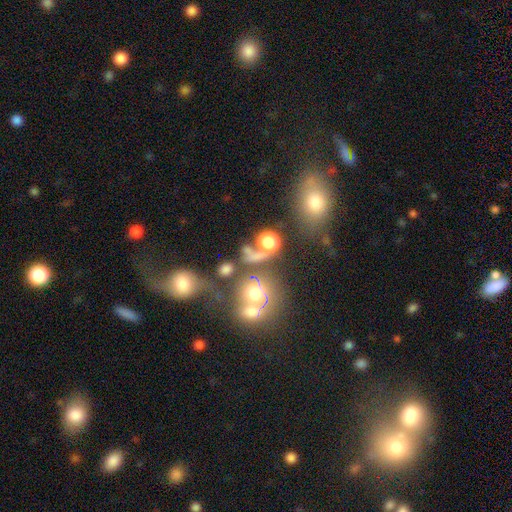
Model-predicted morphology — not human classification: smooth 54%, star or artifact 25%, featured or disk 22%. Down the decision tree: how rounded — round (68%); merging — merger (42%).